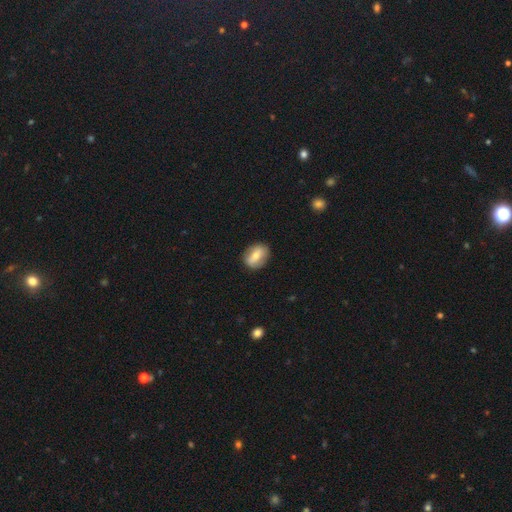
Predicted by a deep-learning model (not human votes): This is possibly a smooth galaxy (59%). How rounded: likely in between (62%). Merging: clearly none (84%).